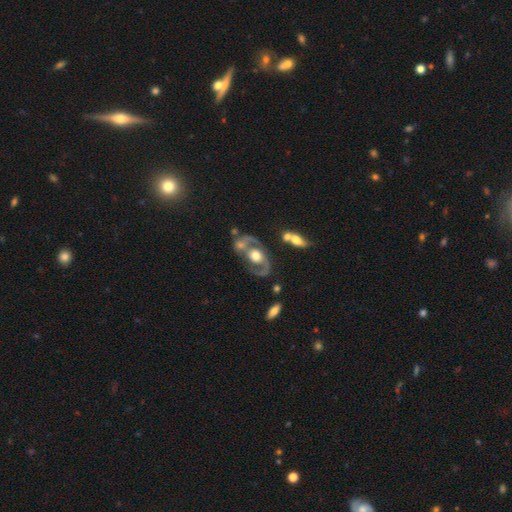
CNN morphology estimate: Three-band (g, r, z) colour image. It shows a featured or disk galaxy (80%) with no bar (75%), 2 (86%) medium (49%) spiral arms (77%) and a moderate central bulge (49%). Merging: none (51%).